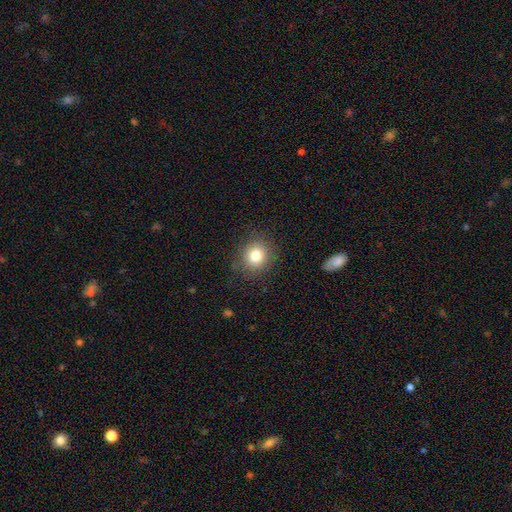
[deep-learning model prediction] Smooth or featured?
  - smooth: 80% *
  - star or artifact: 12%
  - featured or disk: 8%
How rounded?
  - round: 86% *
  - in between: 13%
  - cigar-shaped: 1%
Merging?
  - none: 87% *
  - minor disturbance: 9%
  - major disturbance: 3%
  - merger: 1%